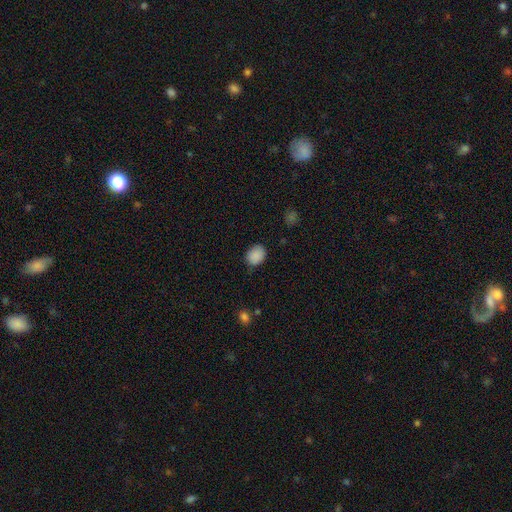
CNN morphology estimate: This is clearly a smooth galaxy (88%). How rounded: possibly in between (55%). Merging: likely none (79%).